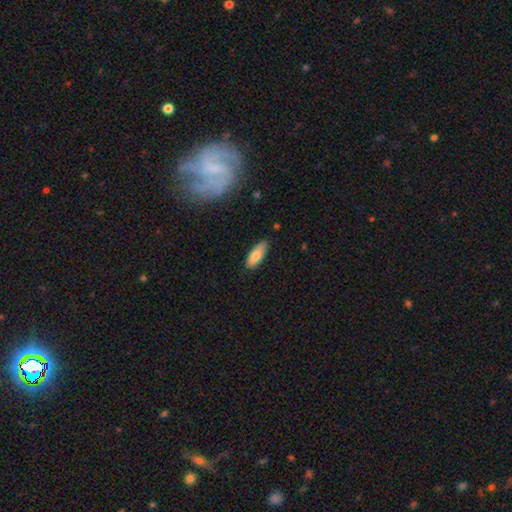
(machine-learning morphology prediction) Smooth or featured? smooth (82%)
How rounded? in between (71%)
Merging? none (83%)